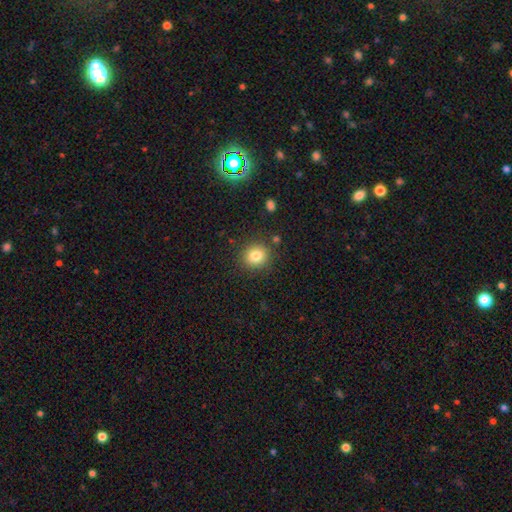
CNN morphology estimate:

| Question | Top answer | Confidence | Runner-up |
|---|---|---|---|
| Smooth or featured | smooth | 82% | star or artifact (11%) |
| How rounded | round | 85% | in between (14%) |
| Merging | none | 87% | minor disturbance (8%) |